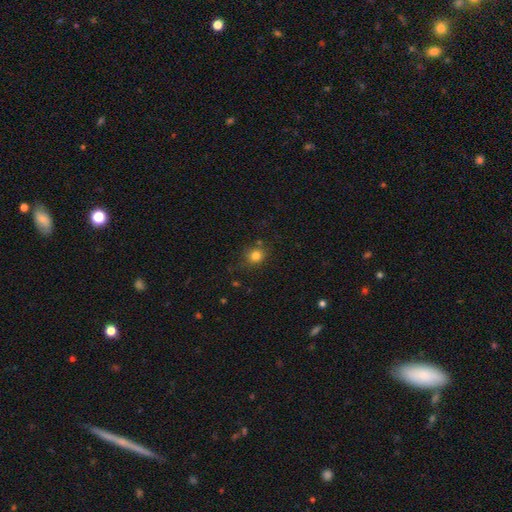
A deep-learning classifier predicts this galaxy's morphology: This is clearly a smooth galaxy (81%). How rounded: clearly round (81%). Merging: likely none (79%).